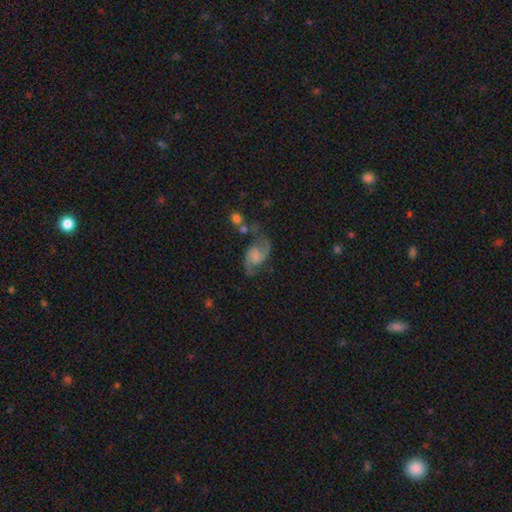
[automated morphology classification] Smooth or featured?
  - featured or disk: 85% *
  - smooth: 8%
  - star or artifact: 7%
Edge-on disk?
  - no: 98% *
  - yes: 2%
Bar?
  - no: 53% *
  - weak: 39%
  - strong: 8%
Spiral arms?
  - yes: 96% *
  - no: 4%
Spiral winding?
  - medium: 48% *
  - loose: 40%
  - tight: 12%
Spiral arm count?
  - 2: 93% *
  - can't tell: 2%
  - 1: 2%
  - 3: 1%
  - 4: 1%
  - more than 4: 1%
Bulge size?
  - none: 40% *
  - small: 28%
  - moderate: 20%
  - large: 9%
  - dominant: 2%
Merging?
  - none: 58% *
  - minor disturbance: 20%
  - major disturbance: 14%
  - merger: 8%